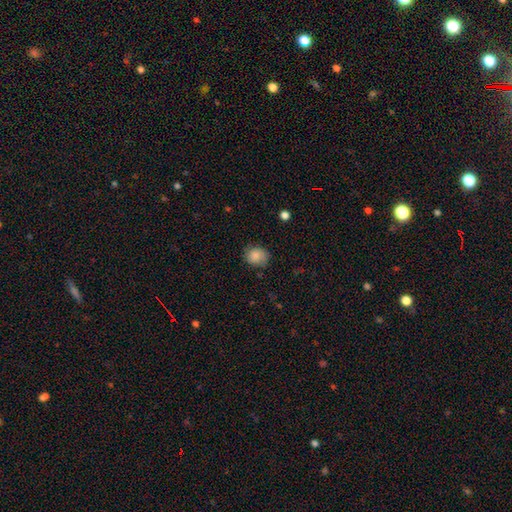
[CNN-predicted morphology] Smooth or featured: smooth — 83% (featured or disk — 9%)
How rounded: round — 70% (in between — 29%)
Merging: none — 75% (minor disturbance — 20%)